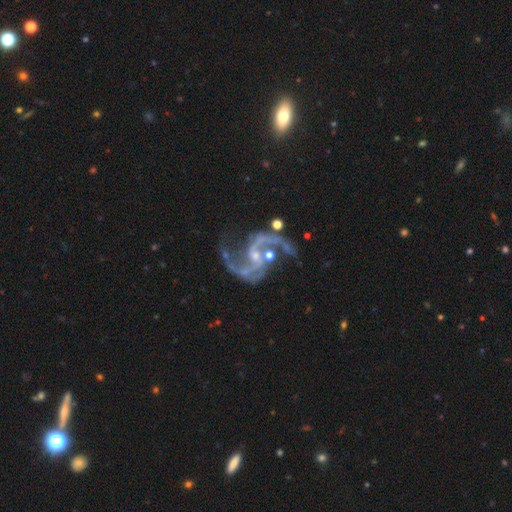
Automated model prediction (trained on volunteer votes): This is clearly a featured or disk galaxy (92%). It is clearly not viewed edge-on (98%). Bar: possibly weak (45%). Spiral arm pattern: clearly yes (98%). Spiral arm count: clearly 2 (87%). Spiral winding: possibly loose (55%). Central bulge: likely small (66%). Merging: possibly none (54%).